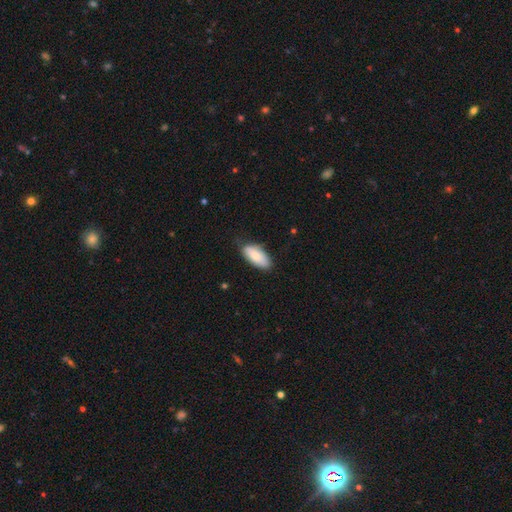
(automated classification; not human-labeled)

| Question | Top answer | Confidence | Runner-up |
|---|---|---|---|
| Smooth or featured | smooth | 80% | featured or disk (14%) |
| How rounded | in between | 91% | cigar-shaped (8%) |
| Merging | none | 75% | minor disturbance (21%) |